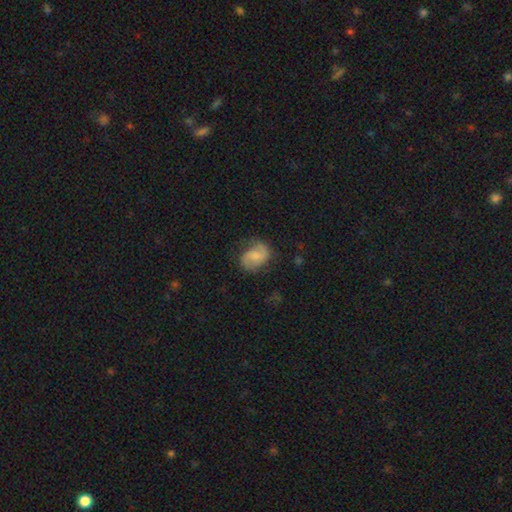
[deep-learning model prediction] Overall: featured or disk (58%; smooth 34%). Edge-on disk: no (98%). Bar: weak (46%; no 43%). Spiral arms: yes (91%). Spiral arm count: 2 (84%). Spiral winding: medium (47%; loose 36%). Bulge size: small (33%; none 30%). Merging: none (65%).